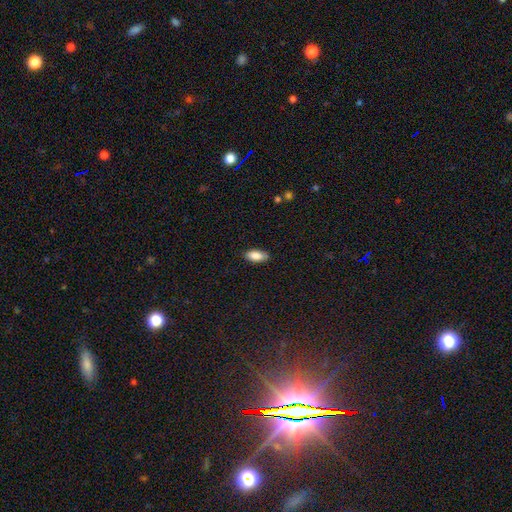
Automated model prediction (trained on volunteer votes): Smooth or featured: smooth — 86% (featured or disk — 7%)
How rounded: in between — 87% (cigar-shaped — 11%)
Merging: none — 85% (minor disturbance — 12%)